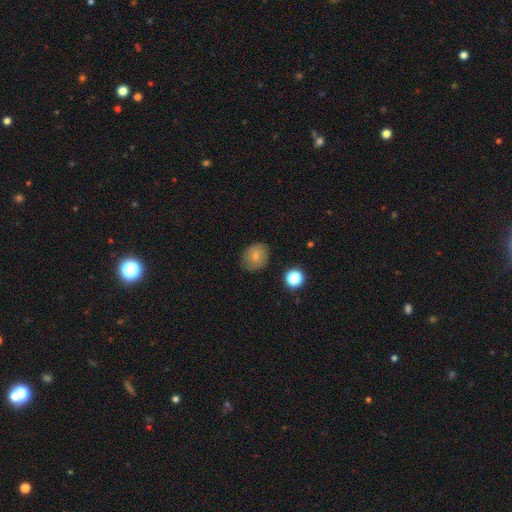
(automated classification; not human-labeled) smooth_or_featured: smooth (p=0.70) [alt: featured or disk p=0.19]
how_rounded: round (p=0.70) [alt: in between p=0.30]
merging: none (p=0.78) [alt: minor disturbance p=0.16]